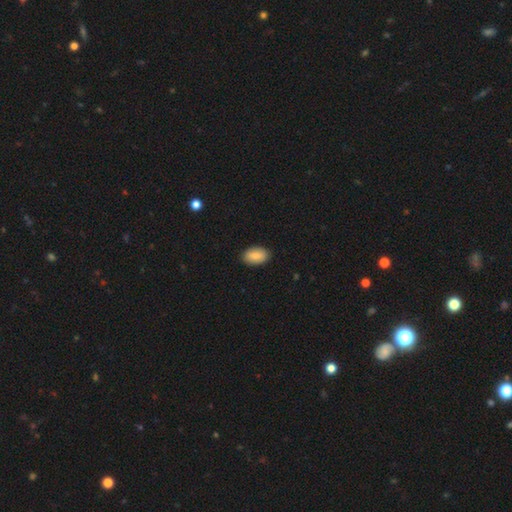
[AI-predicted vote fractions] Smooth or featured: smooth — 85% (featured or disk — 8%)
How rounded: in between — 92% (round — 6%)
Merging: none — 89% (minor disturbance — 8%)